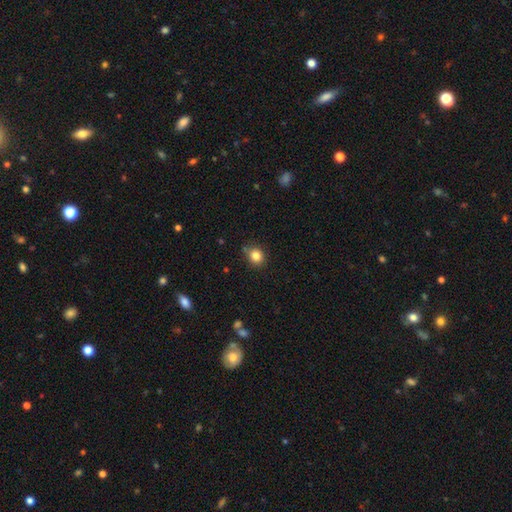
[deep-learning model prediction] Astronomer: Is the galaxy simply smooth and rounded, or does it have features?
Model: smooth — 84%.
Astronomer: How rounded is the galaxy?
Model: round — 77%.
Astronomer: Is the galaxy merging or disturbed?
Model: none — 80%.